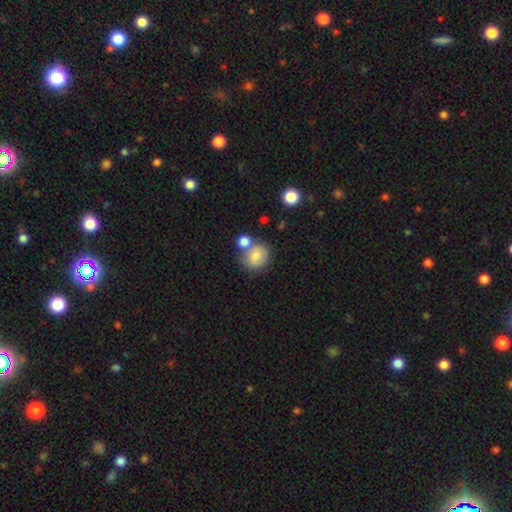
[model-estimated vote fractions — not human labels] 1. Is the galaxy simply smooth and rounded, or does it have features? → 78% smooth, 13% featured or disk, 9% star or artifact.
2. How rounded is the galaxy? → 76% round, 23% in between, 1% cigar-shaped.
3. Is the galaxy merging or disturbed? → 55% none, 28% merger, 13% minor disturbance, 4% major disturbance.